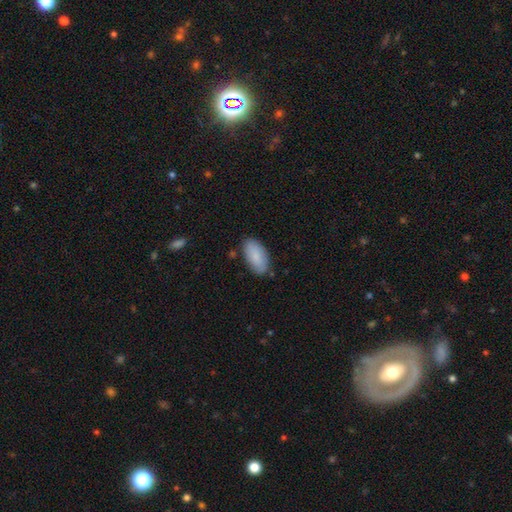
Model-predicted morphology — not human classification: Overall: smooth (87%). How rounded: in between (94%). Merging: none (80%).